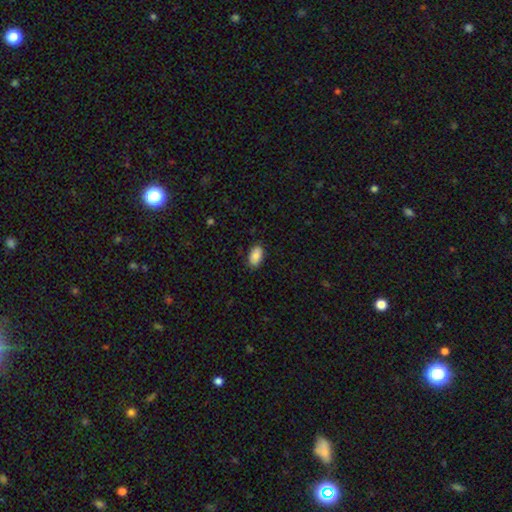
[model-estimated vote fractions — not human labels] A smooth galaxy with no disk features (89%) that is in between round and cigar-shaped (94%).

Vote fractions:
- Smooth or featured? smooth: 89% / star or artifact: 7% / featured or disk: 4%
- How rounded? in between: 94% / round: 4% / cigar-shaped: 2%
- Merging? none: 86% / minor disturbance: 11% / major disturbance: 2% / merger: 1%